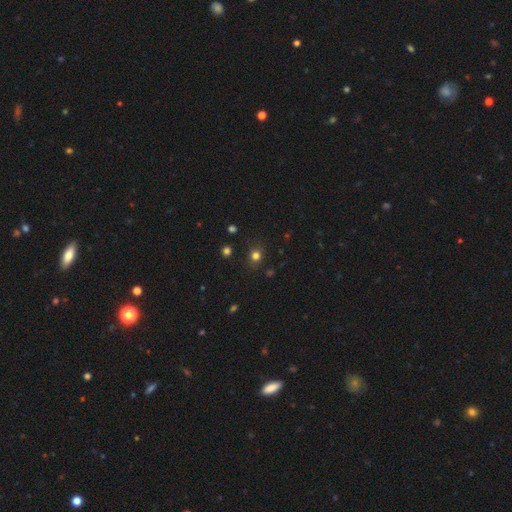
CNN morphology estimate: Overall: smooth (74%). How rounded: round (76%). Merging: none (83%).